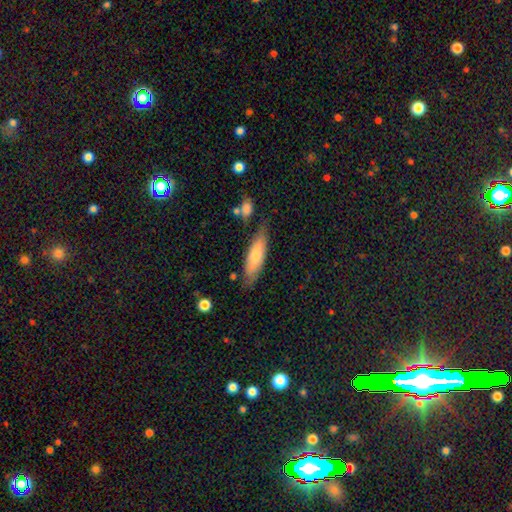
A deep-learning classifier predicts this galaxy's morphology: A smooth galaxy with no disk features (64%) that is cigar-shaped (55%). Merging: none (71%).